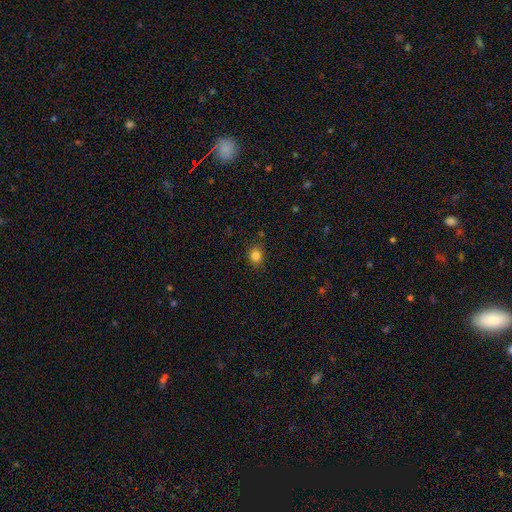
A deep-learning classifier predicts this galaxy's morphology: This is clearly a smooth galaxy (83%). How rounded: likely round (62%). Merging: clearly none (82%).